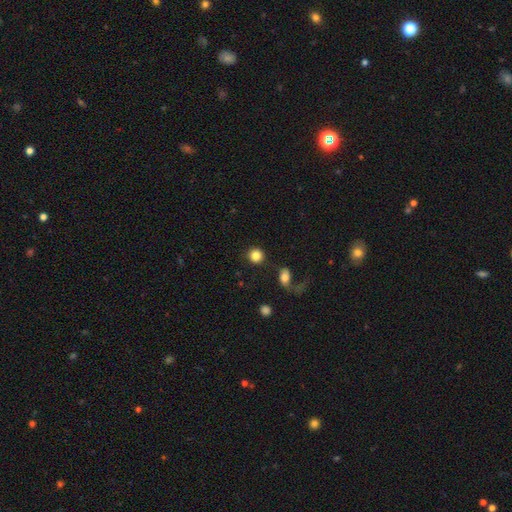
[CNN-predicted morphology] Smooth or featured?
  - smooth: 85% *
  - star or artifact: 9%
  - featured or disk: 6%
How rounded?
  - round: 90% *
  - in between: 9%
  - cigar-shaped: 1%
Merging?
  - none: 81% *
  - minor disturbance: 8%
  - merger: 6%
  - major disturbance: 5%